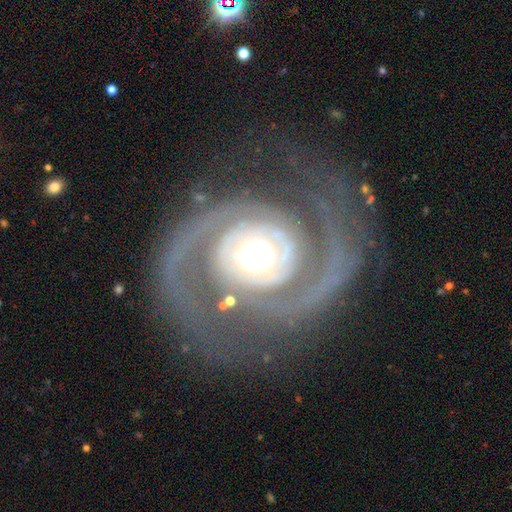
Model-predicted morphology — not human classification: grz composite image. It shows a featured or disk galaxy (92%) with no bar (67%), 2 (79%) tight (56%) spiral arms (97%) and a moderate central bulge (60%). Merging: none (73%).